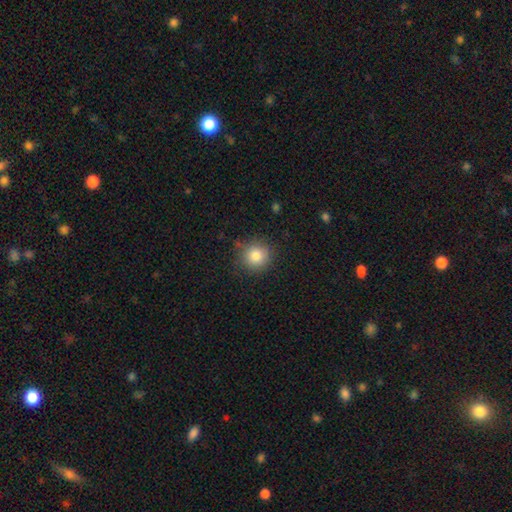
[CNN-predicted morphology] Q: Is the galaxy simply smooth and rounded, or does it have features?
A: smooth — 83%.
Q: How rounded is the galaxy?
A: round — 93%.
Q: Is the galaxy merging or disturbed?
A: none — 85%.